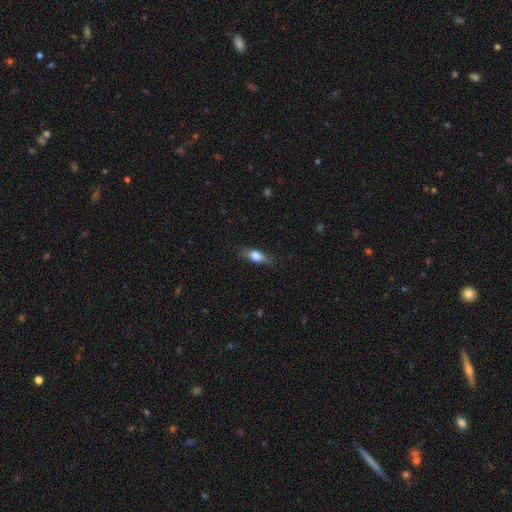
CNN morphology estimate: Smooth or featured?
  - smooth: 72% *
  - featured or disk: 20%
  - star or artifact: 8%
How rounded?
  - in between: 70% *
  - cigar-shaped: 25%
  - round: 6%
Merging?
  - none: 78% *
  - minor disturbance: 17%
  - major disturbance: 4%
  - merger: 1%